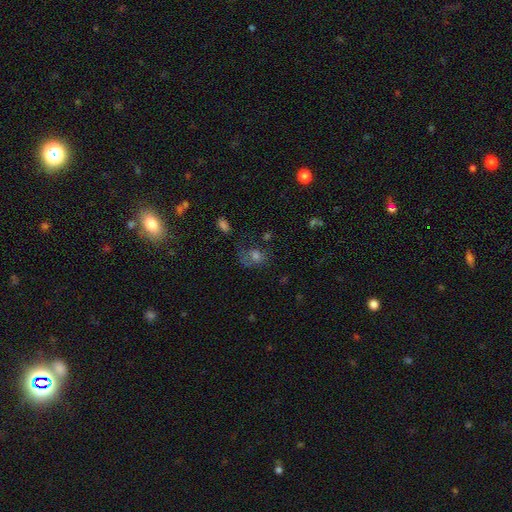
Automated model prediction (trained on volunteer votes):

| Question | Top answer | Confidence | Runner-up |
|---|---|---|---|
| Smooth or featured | smooth | 54% | star or artifact (23%) |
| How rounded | in between | 56% | round (42%) |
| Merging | none | 40% | major disturbance (30%) |